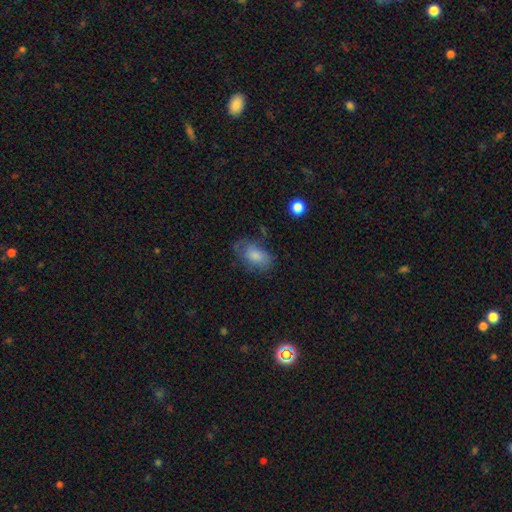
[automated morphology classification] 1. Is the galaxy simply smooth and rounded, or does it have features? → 65% smooth, 25% featured or disk, 10% star or artifact.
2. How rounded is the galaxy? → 90% in between, 8% round, 2% cigar-shaped.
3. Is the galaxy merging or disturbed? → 58% none, 27% minor disturbance, 13% major disturbance, 2% merger.